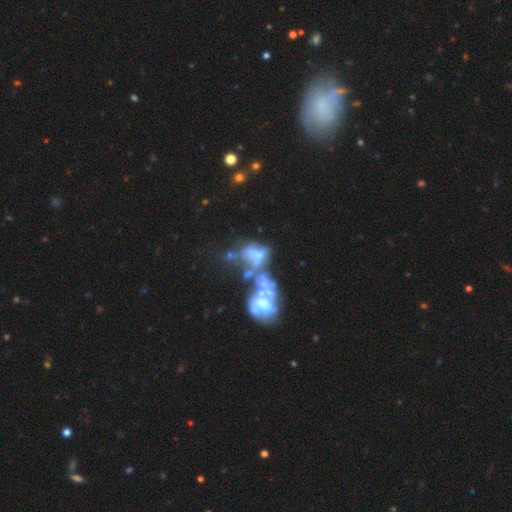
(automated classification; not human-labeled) The model was most divided on "bulge size": none: 51%, moderate: 25%, small: 15%, large: 7%, dominant: 3%. More confident: edge-on disk — no (97%); spiral arms — no (91%); bar — no (89%); merging — merger (60%); smooth or featured — featured or disk (57%).